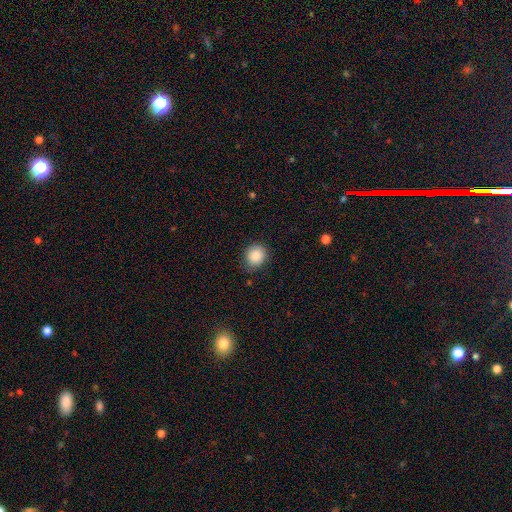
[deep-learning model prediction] Smooth or featured? smooth (87%)
How rounded? round (77%)
Merging? none (82%)